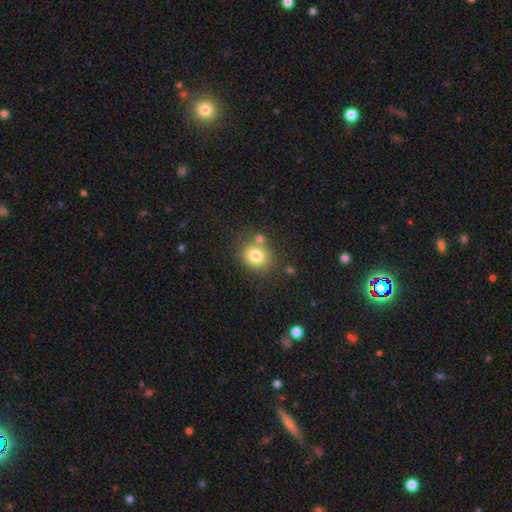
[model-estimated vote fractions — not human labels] Smooth or featured?
  - smooth: 79% *
  - star or artifact: 11%
  - featured or disk: 10%
How rounded?
  - round: 72% *
  - in between: 27%
  - cigar-shaped: 1%
Merging?
  - none: 68% *
  - merger: 16%
  - minor disturbance: 12%
  - major disturbance: 4%